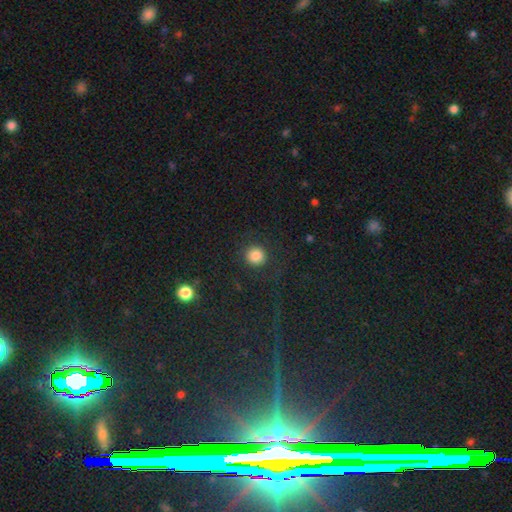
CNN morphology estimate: smooth-or-featured: smooth: 82% | star or artifact: 13% | featured or disk: 6%
  how-rounded: round: 91% | in between: 8% | cigar-shaped: 1%
  merging: none: 87% | minor disturbance: 7% | major disturbance: 5% | merger: 1%